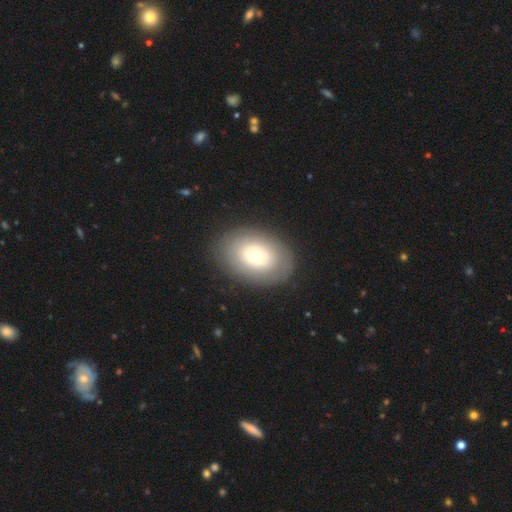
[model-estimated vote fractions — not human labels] smooth-or-featured: smooth: 63% | featured or disk: 29% | star or artifact: 8%
  how-rounded: in between: 75% | round: 24% | cigar-shaped: 1%
  merging: none: 84% | minor disturbance: 10% | major disturbance: 5% | merger: 1%